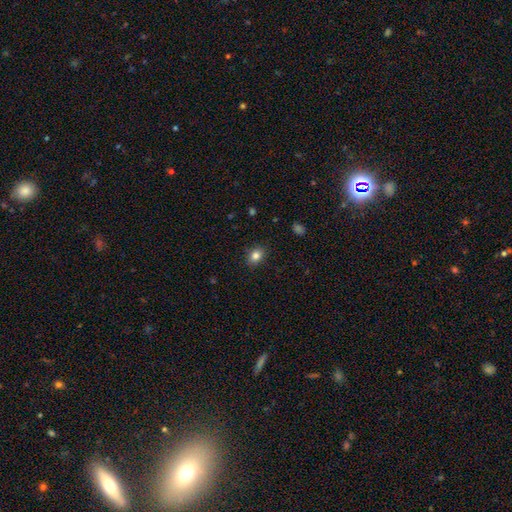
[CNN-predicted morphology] This is clearly a smooth galaxy (83%). How rounded: possibly round (51%). Merging: clearly none (88%).